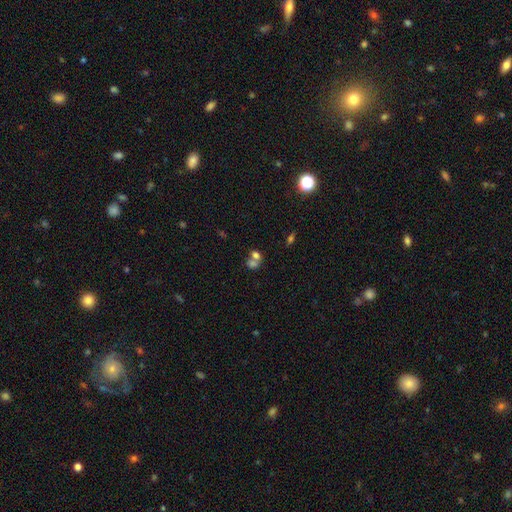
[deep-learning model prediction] This appears to be a smooth galaxy with no disk features (47%). Merging: none (49%).